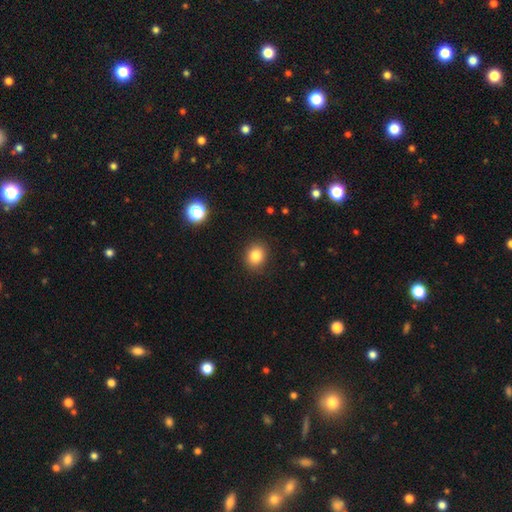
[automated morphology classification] Smooth or featured: smooth — 83% (star or artifact — 11%)
How rounded: round — 59% (in between — 40%)
Merging: none — 88% (minor disturbance — 8%)